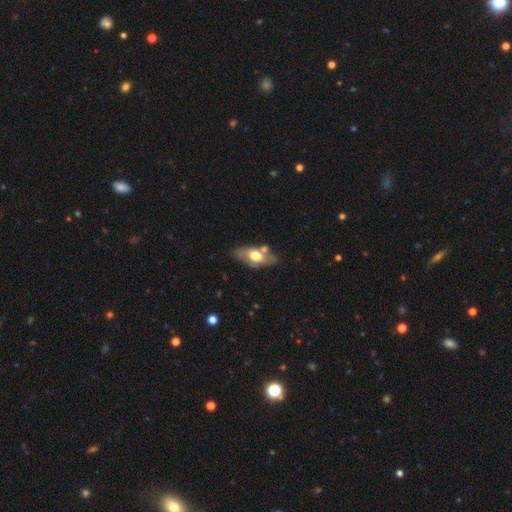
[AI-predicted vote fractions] This is possibly a smooth galaxy (52%). How rounded: clearly in between (86%). Merging: possibly none (58%).